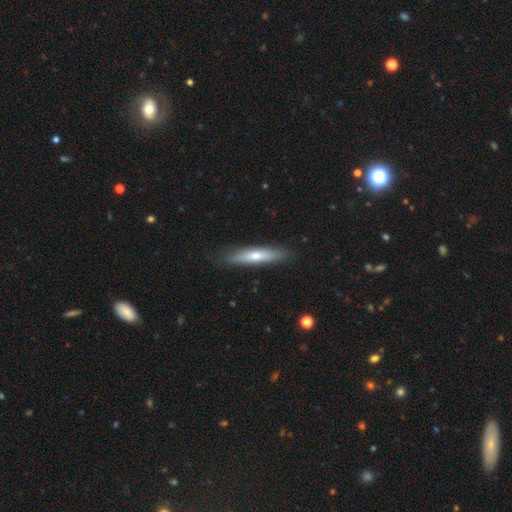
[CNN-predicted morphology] Overall: smooth (60%; featured or disk 34%). How rounded: cigar-shaped (84%). Merging: none (87%).